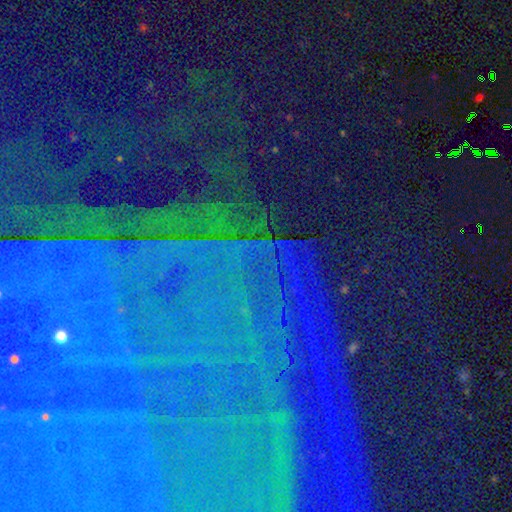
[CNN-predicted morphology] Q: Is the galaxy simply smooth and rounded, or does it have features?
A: star or artifact — 87%.